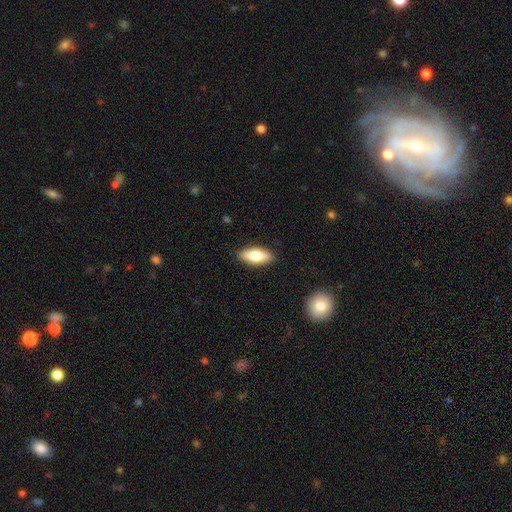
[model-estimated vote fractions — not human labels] A smooth galaxy with no disk features (76%) that is in between round and cigar-shaped (79%).

Vote fractions:
- Smooth or featured? smooth: 76% / featured or disk: 18% / star or artifact: 6%
- How rounded? in between: 79% / cigar-shaped: 18% / round: 2%
- Merging? none: 89% / minor disturbance: 8% / major disturbance: 2% / merger: 1%